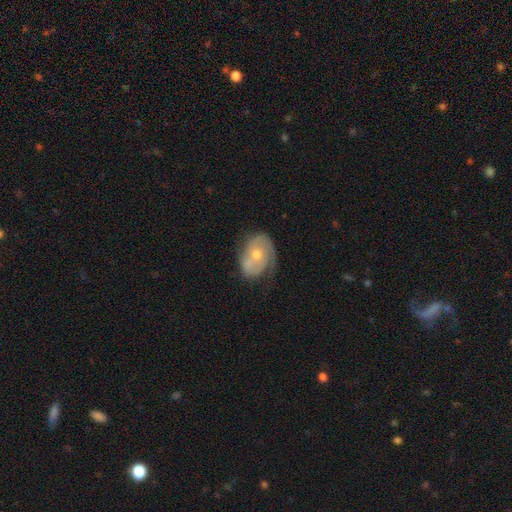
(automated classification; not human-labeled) smooth_or_featured: featured or disk (p=0.68) [alt: smooth p=0.26]
disk_edge_on: no (p=0.96) [alt: yes p=0.04]
bar: no (p=0.72) [alt: weak p=0.24]
has_spiral_arms: yes (p=0.83) [alt: no p=0.17]
spiral_winding: tight (p=0.41) [alt: medium p=0.40]
spiral_arm_count: 2 (p=0.57) [alt: can't tell p=0.21]
bulge_size: moderate (p=0.58) [alt: small p=0.37]
merging: none (p=0.55) [alt: minor disturbance p=0.28]